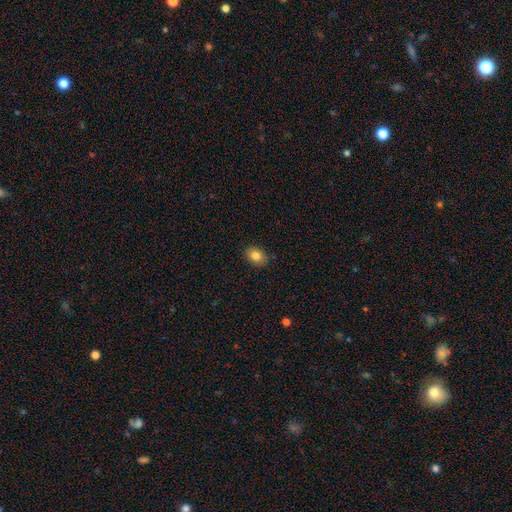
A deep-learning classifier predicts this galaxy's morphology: Smooth or featured: smooth — 83% (star or artifact — 9%)
How rounded: in between — 75% (round — 24%)
Merging: none — 88% (minor disturbance — 9%)